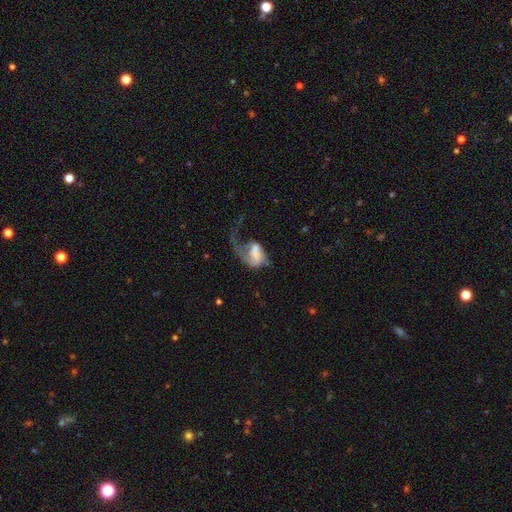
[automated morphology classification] This appears to be a featured or disk galaxy (53%) with no bar (61%), spiral arms (68%) and no central bulge (48%). Merging: major disturbance (64%).